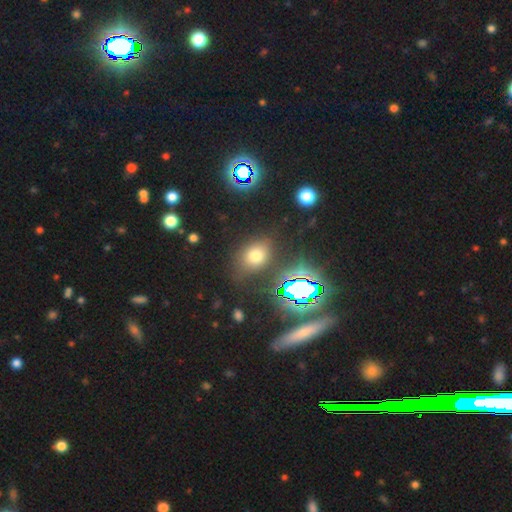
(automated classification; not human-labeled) The model was most divided on "how rounded": in between: 57%, round: 41%, cigar-shaped: 2%. More confident: merging — none (75%); smooth or featured — smooth (66%).